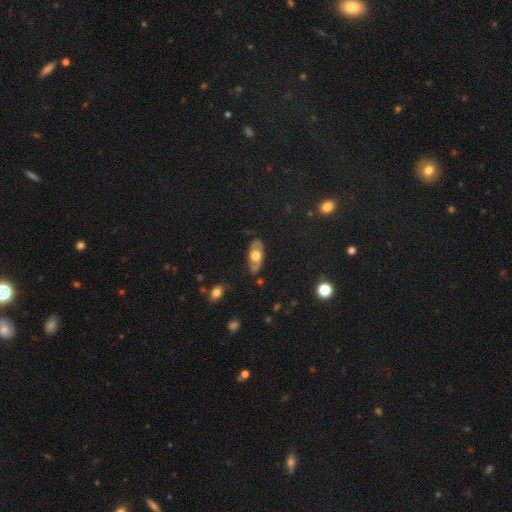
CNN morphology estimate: Q: Smooth or featured?
A: smooth (53%); runner-up: featured or disk (41%)
Q: How rounded?
A: in between (86%); runner-up: cigar-shaped (9%)
Q: Merging?
A: none (78%); runner-up: minor disturbance (16%)